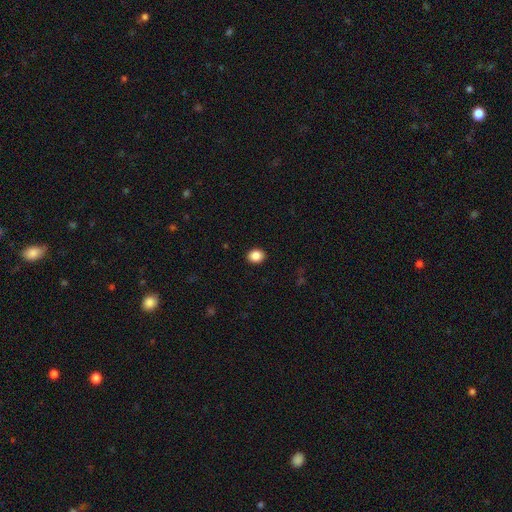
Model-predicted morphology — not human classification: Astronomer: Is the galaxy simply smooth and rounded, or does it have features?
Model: smooth — 87%.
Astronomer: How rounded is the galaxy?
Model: round — 57% (runner-up: in between, 42%).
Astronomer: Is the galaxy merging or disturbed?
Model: none — 92%.